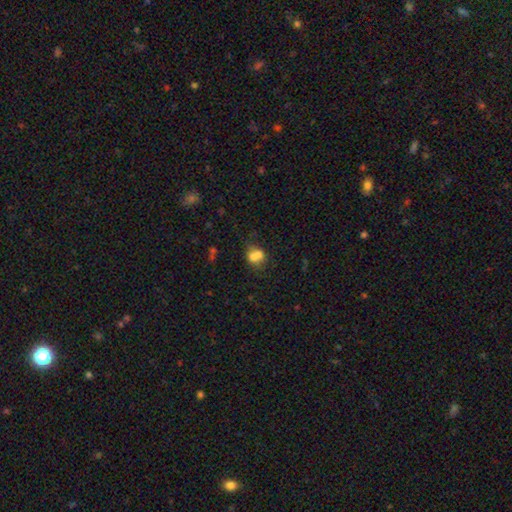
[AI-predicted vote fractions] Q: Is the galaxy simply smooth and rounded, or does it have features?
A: smooth — 67%.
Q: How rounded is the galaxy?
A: round — 65%.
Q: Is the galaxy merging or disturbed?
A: merger — 61%.